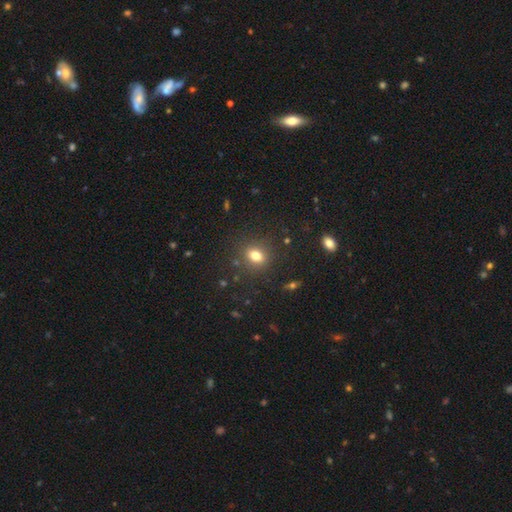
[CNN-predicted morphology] This is likely a smooth galaxy (78%). How rounded: possibly round (52%). Merging: clearly none (85%).